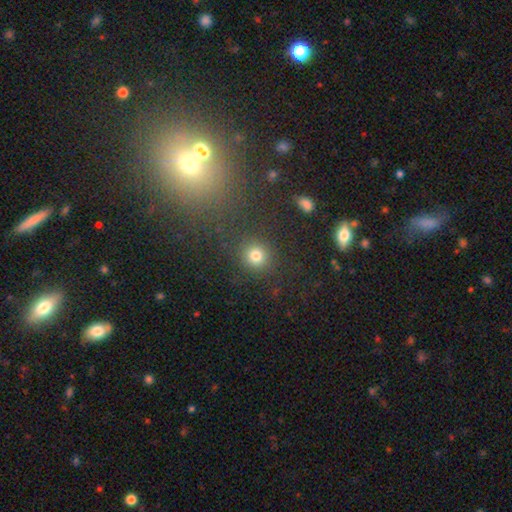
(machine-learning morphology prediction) smooth_or_featured: smooth (p=0.75) [alt: star or artifact p=0.17]
how_rounded: round (p=0.89) [alt: in between p=0.10]
merging: none (p=0.85) [alt: minor disturbance p=0.08]